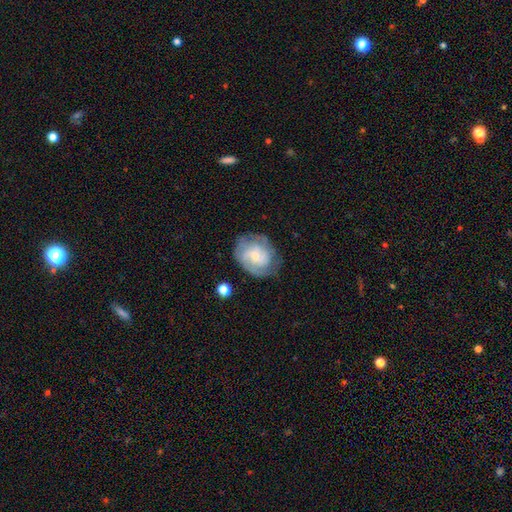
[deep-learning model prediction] Morphology: type=featured or disk (67%); edge-on=no (98%); bar=no (63%); spiral arms=yes (88%); winding=tight (50%); arm count=can't tell (37%); bulge=small (58%); merging=none (67%).